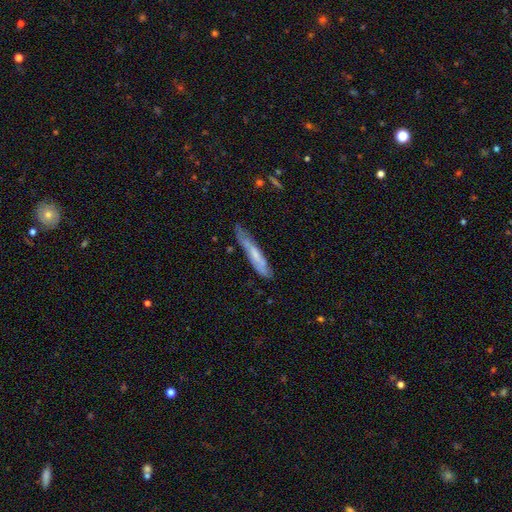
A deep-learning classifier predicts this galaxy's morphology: A smooth galaxy with no disk features (48%). Merging: none (66%).